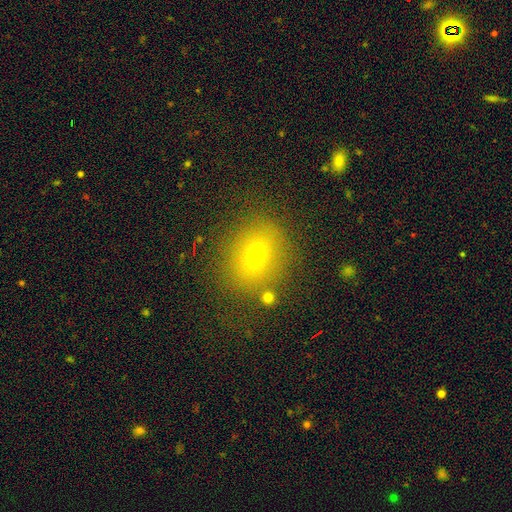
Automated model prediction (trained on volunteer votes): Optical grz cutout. It shows a smooth galaxy with no disk features (62%) that is round (67%). Merging: none (81%).